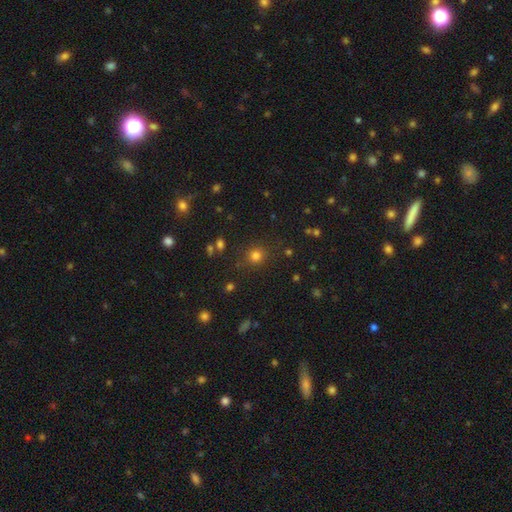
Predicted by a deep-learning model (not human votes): Smooth or featured?
  - smooth: 78% *
  - star or artifact: 16%
  - featured or disk: 6%
How rounded?
  - round: 90% *
  - in between: 9%
  - cigar-shaped: 1%
Merging?
  - none: 84% *
  - minor disturbance: 9%
  - major disturbance: 4%
  - merger: 3%